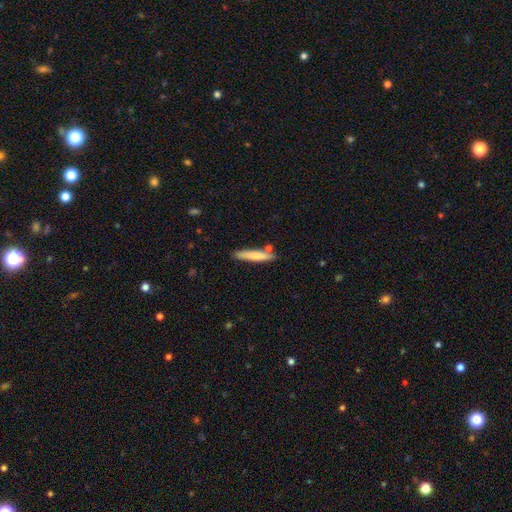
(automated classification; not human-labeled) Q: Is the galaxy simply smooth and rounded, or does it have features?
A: smooth — 75%.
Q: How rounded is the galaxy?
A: cigar-shaped — 92%.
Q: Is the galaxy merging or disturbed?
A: none — 79%.